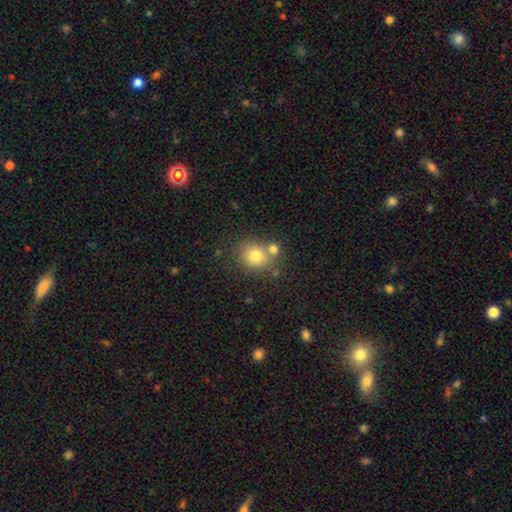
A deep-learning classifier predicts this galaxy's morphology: A smooth galaxy with no disk features (77%) that is round (78%).

Vote fractions:
- Smooth or featured? smooth: 77% / star or artifact: 12% / featured or disk: 11%
- How rounded? round: 78% / in between: 21% / cigar-shaped: 1%
- Merging? none: 60% / merger: 26% / minor disturbance: 11% / major disturbance: 4%